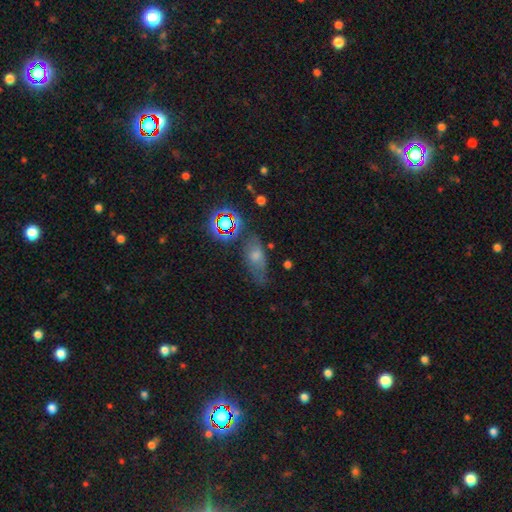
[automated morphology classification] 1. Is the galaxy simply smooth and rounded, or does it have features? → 59% smooth, 22% featured or disk, 19% star or artifact.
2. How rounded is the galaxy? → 78% in between, 11% cigar-shaped, 11% round.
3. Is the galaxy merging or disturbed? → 57% none, 27% minor disturbance, 12% major disturbance, 5% merger.